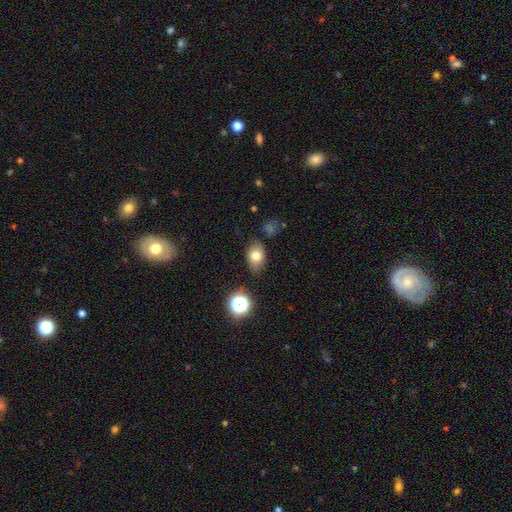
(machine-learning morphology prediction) A smooth galaxy with no disk features (76%) that is in between round and cigar-shaped (79%). Merging: none (78%).